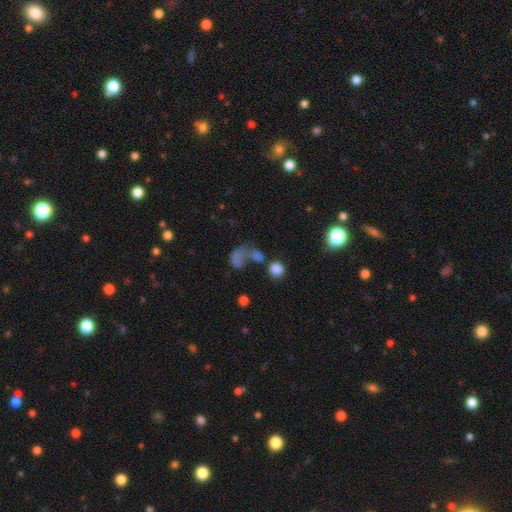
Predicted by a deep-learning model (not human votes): smooth-or-featured: smooth: 53% | star or artifact: 28% | featured or disk: 18%
  how-rounded: round: 61% | in between: 37% | cigar-shaped: 3%
  merging: none: 39% | merger: 31% | major disturbance: 18% | minor disturbance: 12%